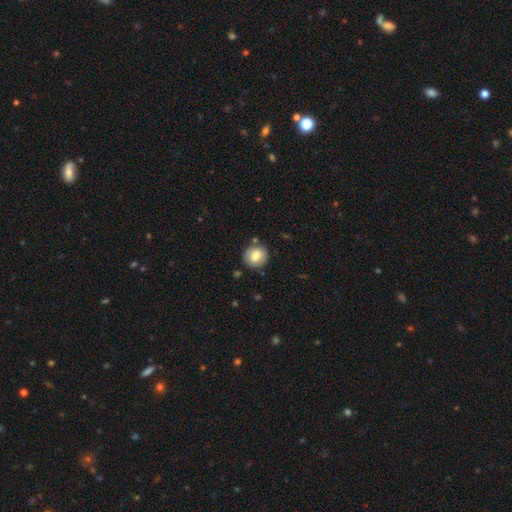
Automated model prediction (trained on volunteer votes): Smooth or featured? smooth (78%)
How rounded? round (81%)
Merging? none (82%)